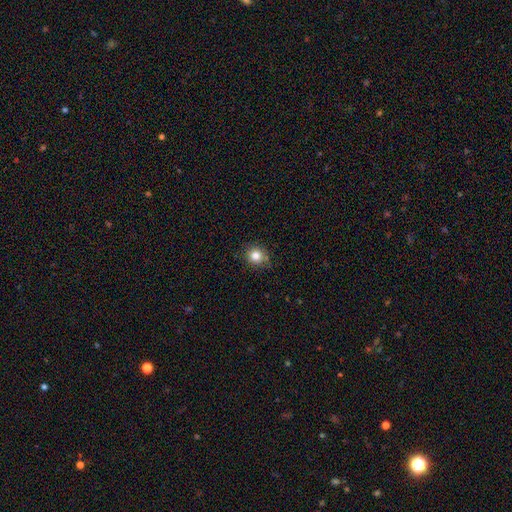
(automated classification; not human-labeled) Smooth or featured? smooth (82%)
How rounded? round (87%)
Merging? none (85%)